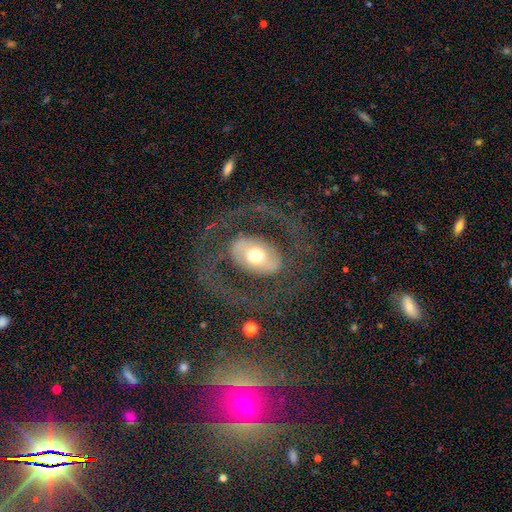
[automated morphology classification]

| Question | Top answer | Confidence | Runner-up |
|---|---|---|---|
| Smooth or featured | featured or disk | 69% | smooth (25%) |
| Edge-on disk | no | 94% | yes (6%) |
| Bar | no | 58% | weak (24%) |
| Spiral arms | yes | 63% | no (37%) |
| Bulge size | moderate | 66% | large (21%) |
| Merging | none | 70% | major disturbance (18%) |